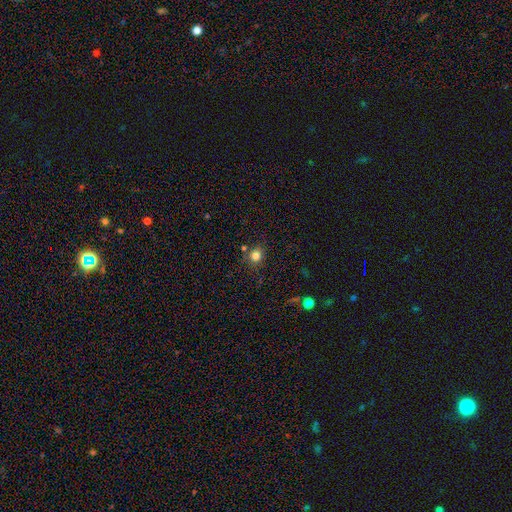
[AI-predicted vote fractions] This is likely a smooth galaxy (80%). How rounded: clearly round (81%). Merging: likely none (79%).